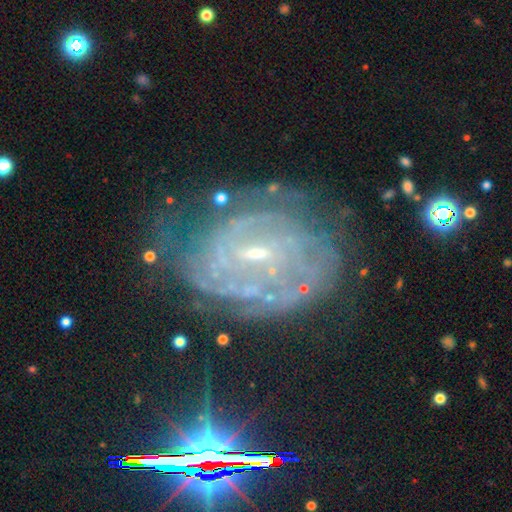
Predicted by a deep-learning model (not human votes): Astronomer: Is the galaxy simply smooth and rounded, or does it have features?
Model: featured or disk — 81%.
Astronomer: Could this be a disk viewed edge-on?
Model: no — 97%.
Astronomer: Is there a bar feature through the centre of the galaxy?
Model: weak — 50% (runner-up: no, 32%).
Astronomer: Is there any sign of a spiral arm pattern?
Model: yes — 88%.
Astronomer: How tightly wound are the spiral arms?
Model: tight — 66%.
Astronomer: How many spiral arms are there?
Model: can't tell — 49%.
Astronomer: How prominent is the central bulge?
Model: small — 75%.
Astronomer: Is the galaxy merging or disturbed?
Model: none — 60%.